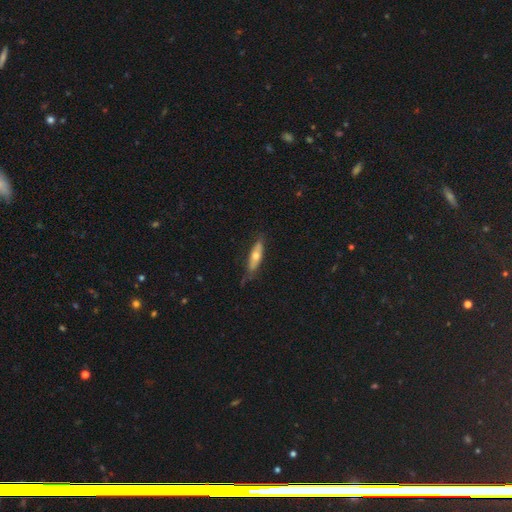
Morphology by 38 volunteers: Smooth or featured: smooth — 71% (featured or disk — 21%)
How rounded: cigar-shaped — 63% (in between — 33%)
Merging: none — 63% (minor disturbance — 29%)